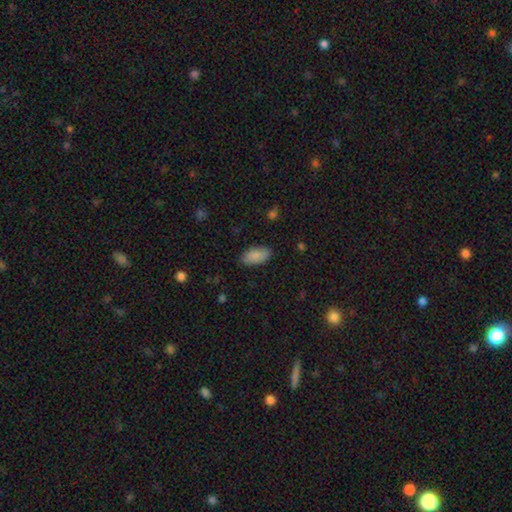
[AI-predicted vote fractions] A smooth galaxy with no disk features (88%) that is in between round and cigar-shaped (94%). Merging: none (86%).